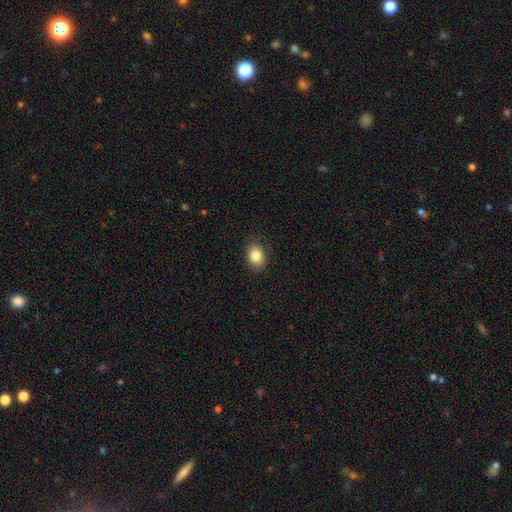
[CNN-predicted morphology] smooth-or-featured: smooth: 84% | star or artifact: 9% | featured or disk: 8%
  how-rounded: in between: 74% | round: 25% | cigar-shaped: 1%
  merging: none: 88% | minor disturbance: 9% | major disturbance: 2% | merger: 1%